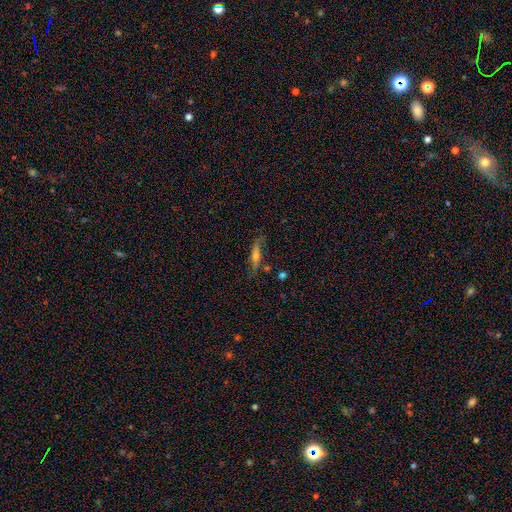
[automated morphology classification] Smooth or featured? featured or disk (47%)
Merging? none (72%)